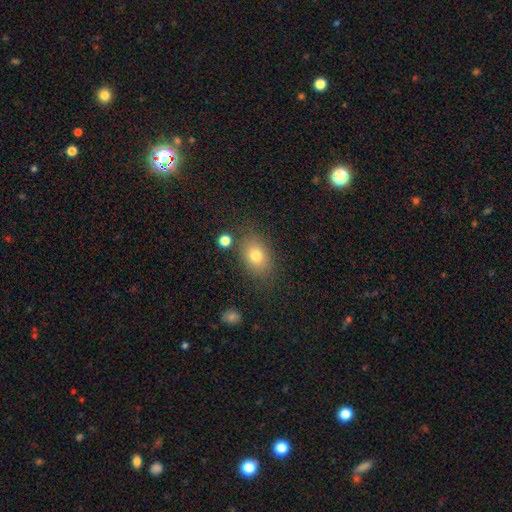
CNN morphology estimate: Smooth or featured?
  - smooth: 76% *
  - featured or disk: 12%
  - star or artifact: 11%
How rounded?
  - in between: 75% *
  - round: 23%
  - cigar-shaped: 2%
Merging?
  - none: 78% *
  - minor disturbance: 13%
  - major disturbance: 5%
  - merger: 4%